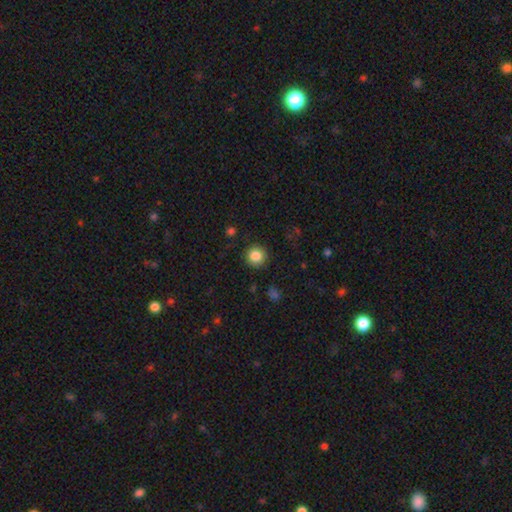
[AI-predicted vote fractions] The model was most divided on "smooth or featured": smooth: 85%, star or artifact: 10%, featured or disk: 5%. More confident: how rounded — round (95%); merging — none (91%).